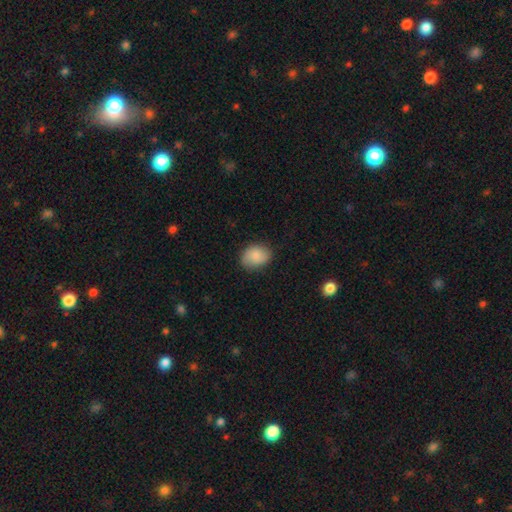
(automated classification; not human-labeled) smooth 80%, featured or disk 13%, star or artifact 7%. Down the decision tree: how rounded — in between (63%); merging — none (80%).